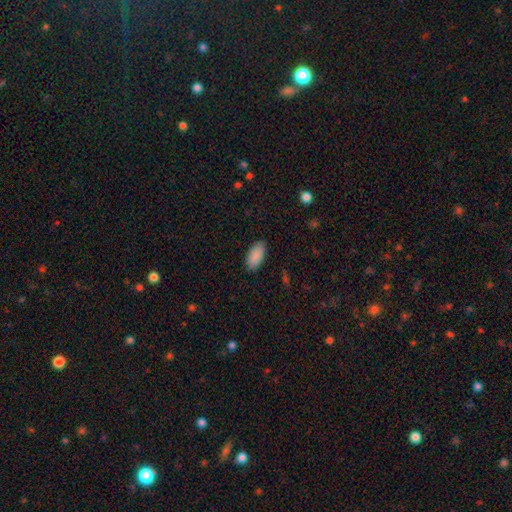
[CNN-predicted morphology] Overall: smooth (90%). How rounded: in between (94%). Merging: none (87%).